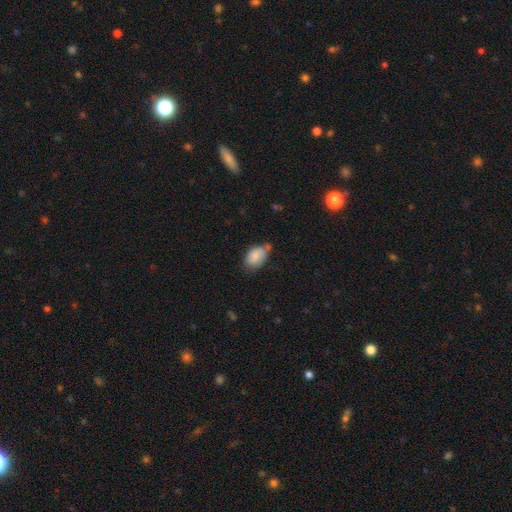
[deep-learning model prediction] smooth_or_featured: smooth (p=0.80) [alt: featured or disk p=0.12]
how_rounded: in between (p=0.88) [alt: round p=0.11]
merging: none (p=0.49) [alt: minor disturbance p=0.34]